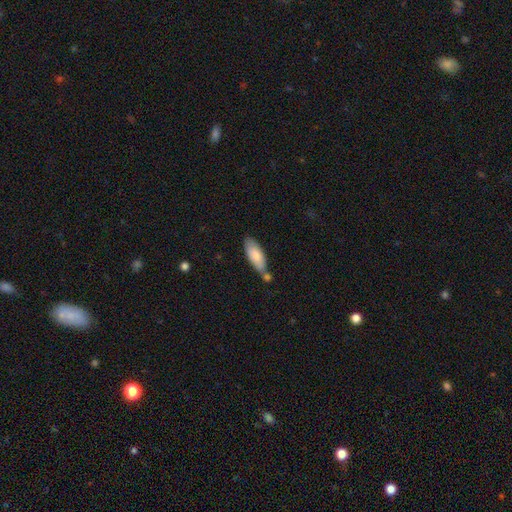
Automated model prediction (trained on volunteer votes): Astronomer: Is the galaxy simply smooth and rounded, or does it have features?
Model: smooth — 80%.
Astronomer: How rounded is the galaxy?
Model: in between — 74%.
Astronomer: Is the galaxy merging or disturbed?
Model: none — 52%.